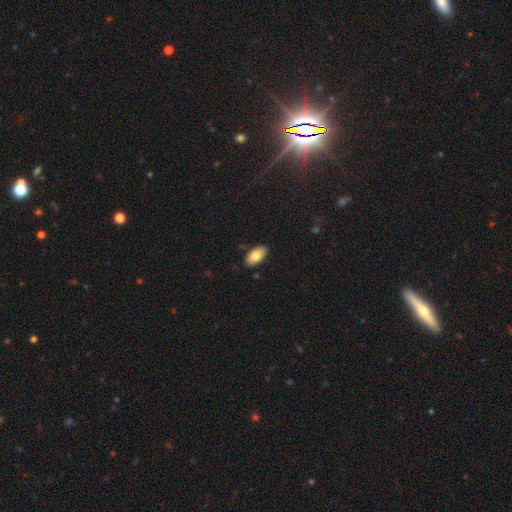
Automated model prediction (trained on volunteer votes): The model was most divided on "smooth or featured": smooth: 80%, featured or disk: 14%, star or artifact: 6%. More confident: how rounded — in between (95%); merging — none (87%).